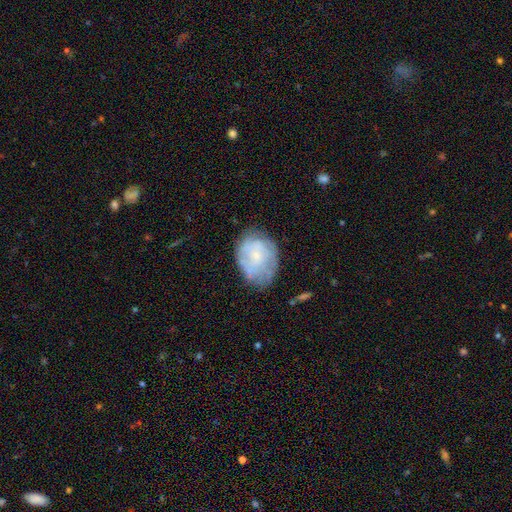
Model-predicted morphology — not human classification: A featured or disk galaxy (52%) with no bar (81%), spiral arms (61%) and a small central bulge (72%). Merging: none (61%).